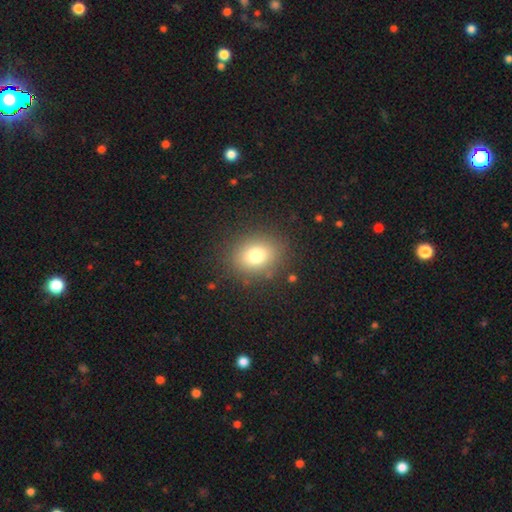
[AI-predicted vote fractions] smooth-or-featured: smooth: 76% | star or artifact: 13% | featured or disk: 10%
  how-rounded: round: 57% | in between: 42% | cigar-shaped: 1%
  merging: none: 84% | minor disturbance: 10% | major disturbance: 5% | merger: 2%